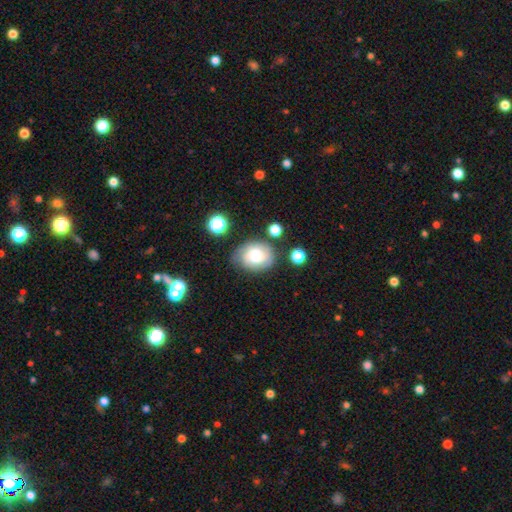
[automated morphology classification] smooth 47%, featured or disk 44%, star or artifact 10%. Down the decision tree: merging — none (66%).